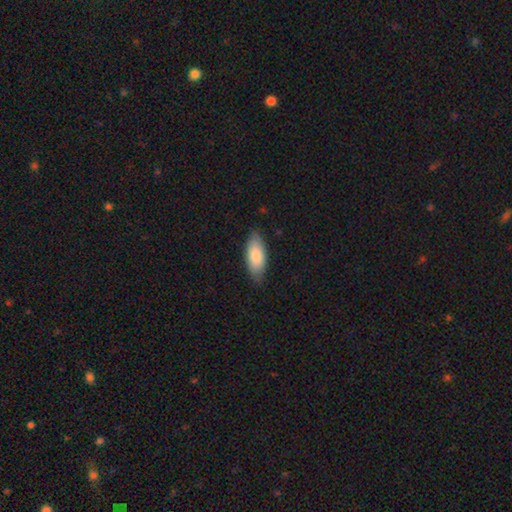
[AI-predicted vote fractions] Morphology: type=smooth (83%); roundness=in between (86%); merging=none (80%).